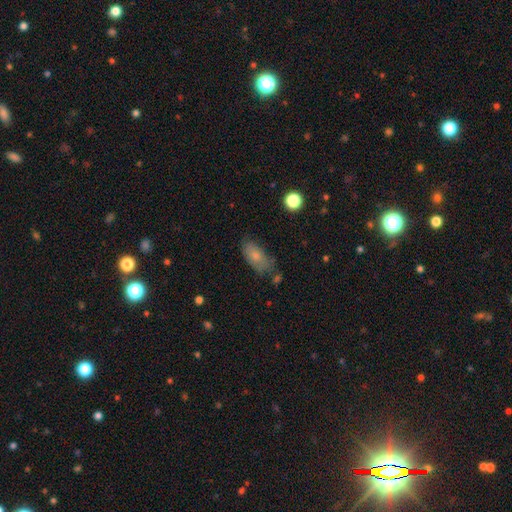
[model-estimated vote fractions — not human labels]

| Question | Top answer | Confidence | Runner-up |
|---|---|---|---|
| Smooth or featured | smooth | 73% | featured or disk (18%) |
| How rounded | in between | 88% | cigar-shaped (8%) |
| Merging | none | 61% | minor disturbance (27%) |